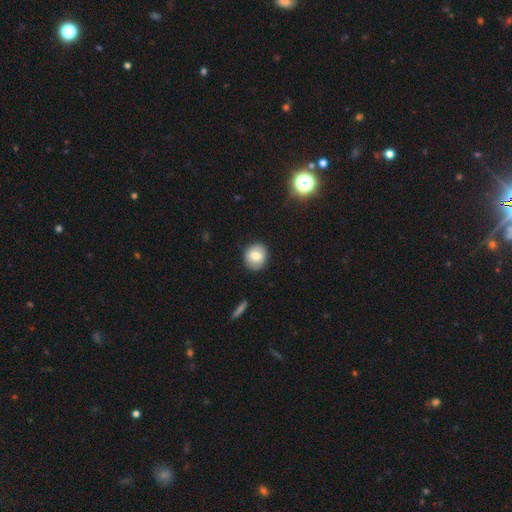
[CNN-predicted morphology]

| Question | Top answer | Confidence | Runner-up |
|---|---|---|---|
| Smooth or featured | smooth | 75% | featured or disk (17%) |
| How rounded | round | 81% | in between (18%) |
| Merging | none | 87% | minor disturbance (10%) |